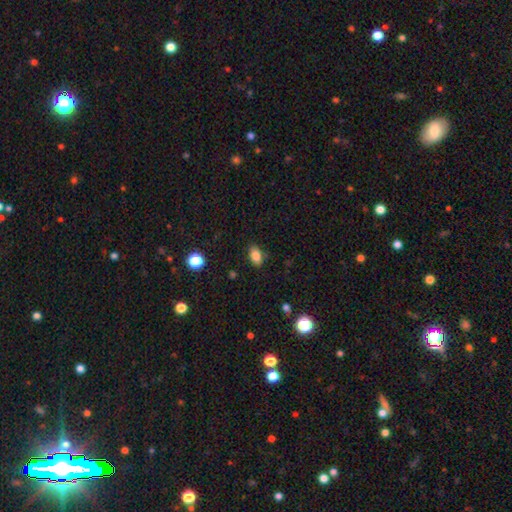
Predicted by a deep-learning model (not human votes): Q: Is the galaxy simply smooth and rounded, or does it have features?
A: smooth — 85%.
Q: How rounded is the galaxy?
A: in between — 89%.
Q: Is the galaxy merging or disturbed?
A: none — 85%.